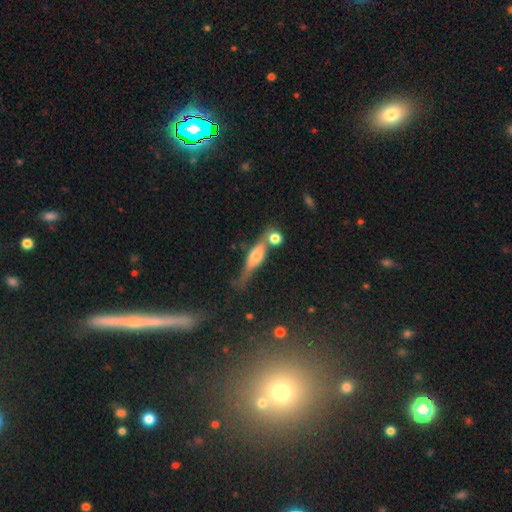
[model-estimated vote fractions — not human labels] Smooth or featured?
  - featured or disk: 52% *
  - smooth: 38%
  - star or artifact: 10%
Edge-on disk?
  - yes: 84% *
  - no: 16%
Merging?
  - none: 50% *
  - merger: 23%
  - minor disturbance: 19%
  - major disturbance: 8%